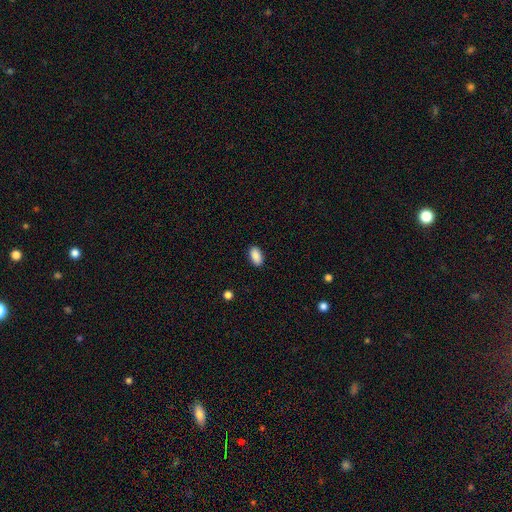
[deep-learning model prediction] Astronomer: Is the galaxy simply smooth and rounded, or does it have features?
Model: smooth — 89%.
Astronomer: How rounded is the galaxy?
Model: in between — 94%.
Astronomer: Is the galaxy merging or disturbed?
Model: none — 89%.